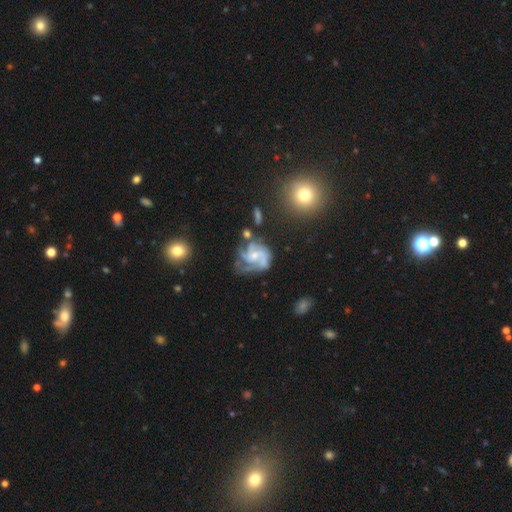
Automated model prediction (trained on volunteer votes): A featured or disk galaxy (87%) with no bar (60%), 3 (49%) medium (47%) spiral arms (97%) and a small central bulge (56%).

Vote fractions:
- Smooth or featured? featured or disk: 87% / smooth: 7% / star or artifact: 6%
- Edge-on disk? no: 98% / yes: 2%
- Bar? no: 60% / weak: 32% / strong: 7%
- Spiral arms? yes: 97% / no: 3%
- Spiral winding? medium: 47% / tight: 41% / loose: 12%
- Spiral arm count? 3: 49% / 2: 22% / can't tell: 12% / 4: 8% / 1: 5% / more than 4: 4%
- Bulge size? small: 56% / moderate: 35% / none: 5% / large: 2% / dominant: 1%
- Merging? none: 52% / minor disturbance: 23% / major disturbance: 18% / merger: 7%